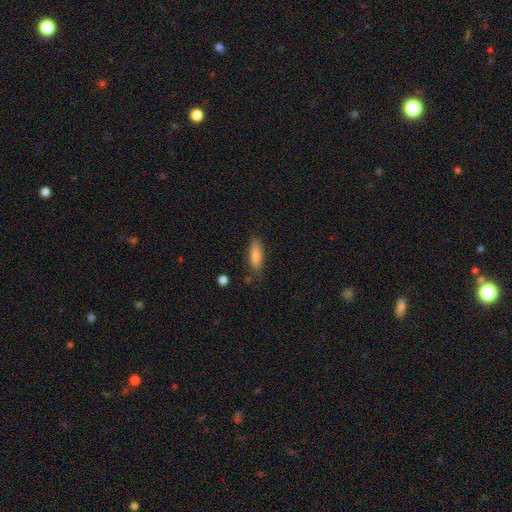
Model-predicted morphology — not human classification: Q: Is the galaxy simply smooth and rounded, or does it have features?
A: smooth — 80%.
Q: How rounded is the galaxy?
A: in between — 50%.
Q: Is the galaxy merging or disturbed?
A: none — 77%.